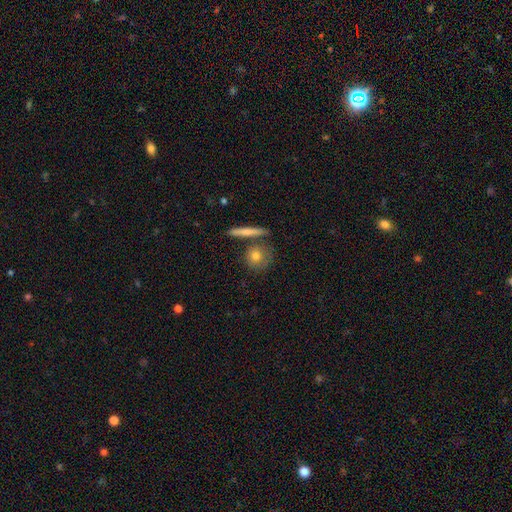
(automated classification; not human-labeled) Smooth or featured? Predicted: smooth (p=0.67). How rounded? Predicted: round (p=0.70). Merging? Predicted: none (p=0.70).